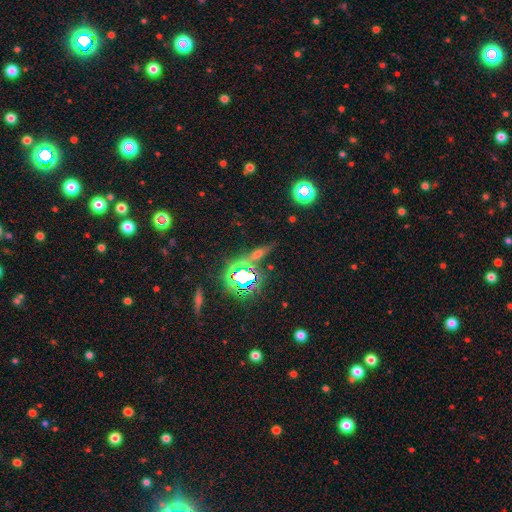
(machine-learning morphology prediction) This is likely a star or artifact rather than a galaxy (62%).